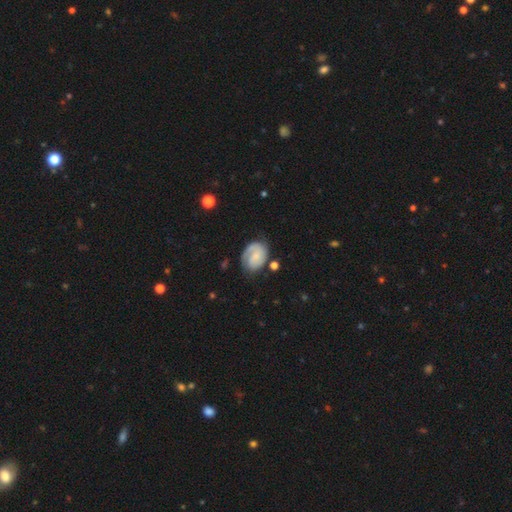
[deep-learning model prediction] Q: Smooth or featured?
A: featured or disk (63%); runner-up: smooth (30%)
Q: Edge-on disk?
A: no (97%); runner-up: yes (3%)
Q: Bar?
A: no (62%); runner-up: weak (31%)
Q: Spiral arms?
A: yes (90%); runner-up: no (10%)
Q: Spiral winding?
A: tight (53%); runner-up: medium (32%)
Q: Spiral arm count?
A: 1 (53%); runner-up: 2 (31%)
Q: Bulge size?
A: small (51%); runner-up: none (28%)
Q: Merging?
A: none (63%); runner-up: minor disturbance (22%)